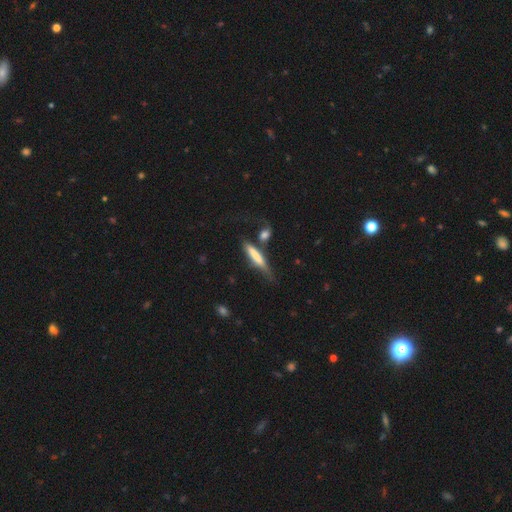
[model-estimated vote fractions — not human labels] smooth_or_featured: smooth (p=0.62) [alt: featured or disk p=0.31]
how_rounded: cigar-shaped (p=0.85) [alt: in between p=0.13]
merging: none (p=0.47) [alt: minor disturbance p=0.23]